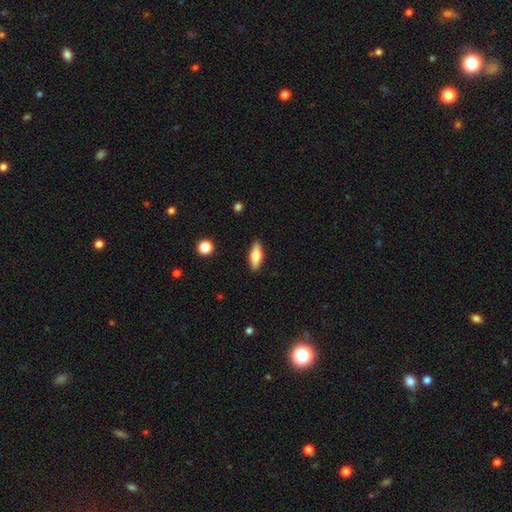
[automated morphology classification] Overall: smooth (69%). How rounded: in between (66%; cigar-shaped 31%). Merging: none (89%).